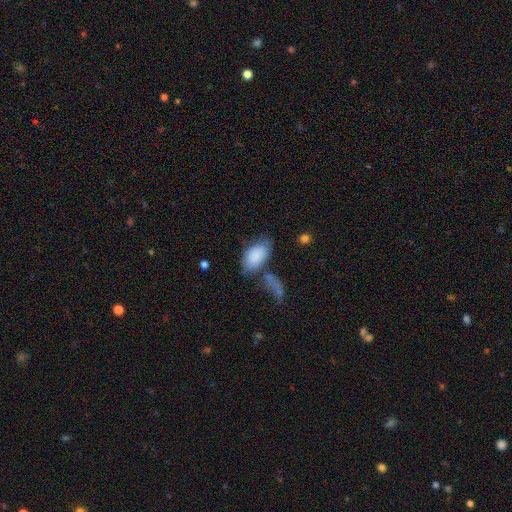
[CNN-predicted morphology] A smooth galaxy with no disk features (85%) that is in between round and cigar-shaped (94%).

Vote fractions:
- Smooth or featured? smooth: 85% / featured or disk: 9% / star or artifact: 6%
- How rounded? in between: 94% / round: 4% / cigar-shaped: 2%
- Merging? none: 49% / minor disturbance: 21% / merger: 20% / major disturbance: 11%